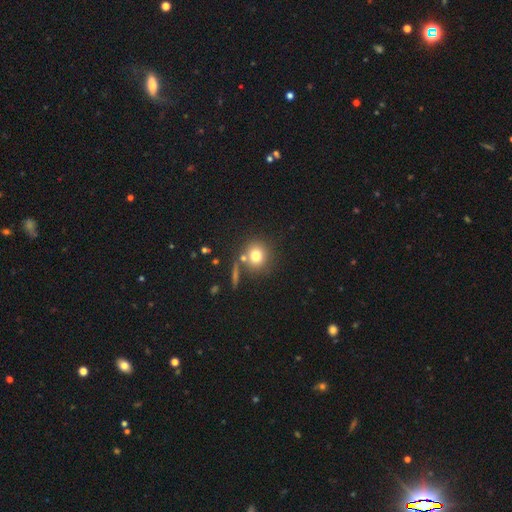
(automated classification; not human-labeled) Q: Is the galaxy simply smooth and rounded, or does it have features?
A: smooth — 75%.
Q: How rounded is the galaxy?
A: round — 86%.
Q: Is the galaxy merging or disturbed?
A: none — 69%.